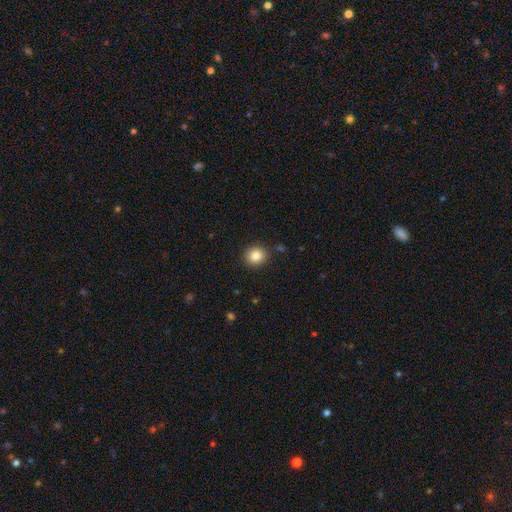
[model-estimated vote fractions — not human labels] smooth-or-featured: smooth: 85% | star or artifact: 10% | featured or disk: 5%
  how-rounded: round: 86% | in between: 13% | cigar-shaped: 1%
  merging: none: 87% | minor disturbance: 8% | major disturbance: 2% | merger: 2%